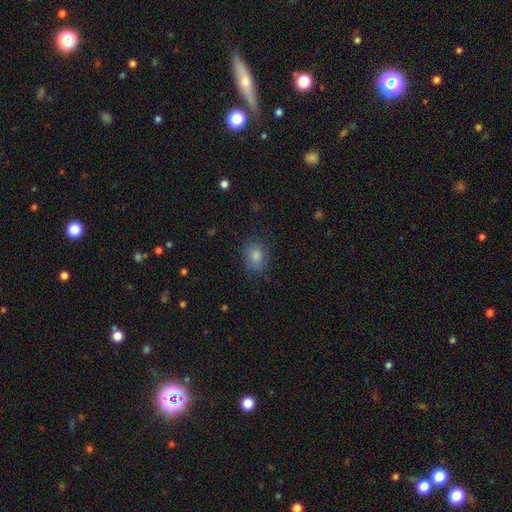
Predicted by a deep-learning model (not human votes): smooth_or_featured: smooth (p=0.78) [alt: star or artifact p=0.14]
how_rounded: round (p=0.50) [alt: in between p=0.49]
merging: none (p=0.80) [alt: minor disturbance p=0.14]